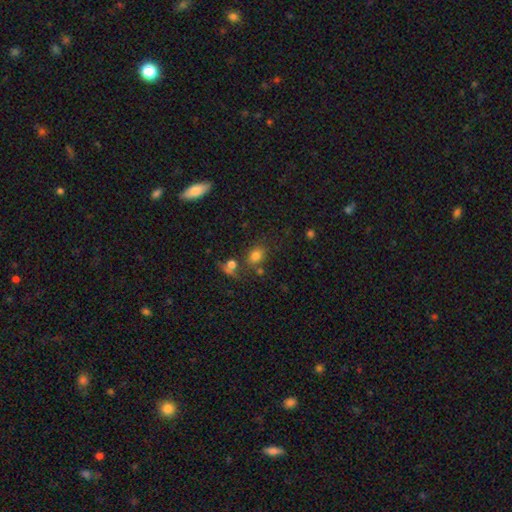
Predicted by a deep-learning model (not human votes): Q: Smooth or featured?
A: smooth (78%); runner-up: star or artifact (13%)
Q: How rounded?
A: in between (62%); runner-up: round (36%)
Q: Merging?
A: none (65%); runner-up: merger (15%)